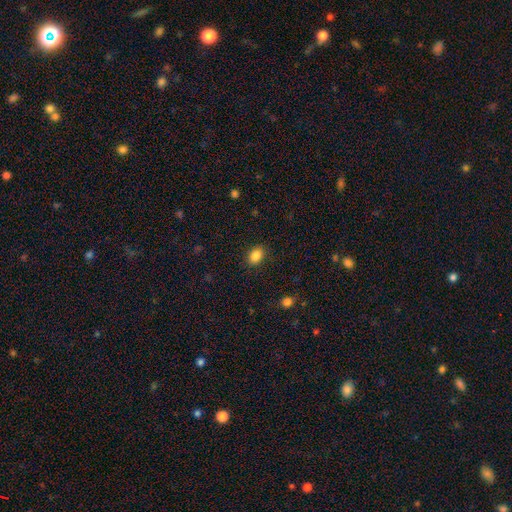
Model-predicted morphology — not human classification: smooth 87%, star or artifact 9%, featured or disk 4%. Down the decision tree: how rounded — in between (76%); merging — none (87%).